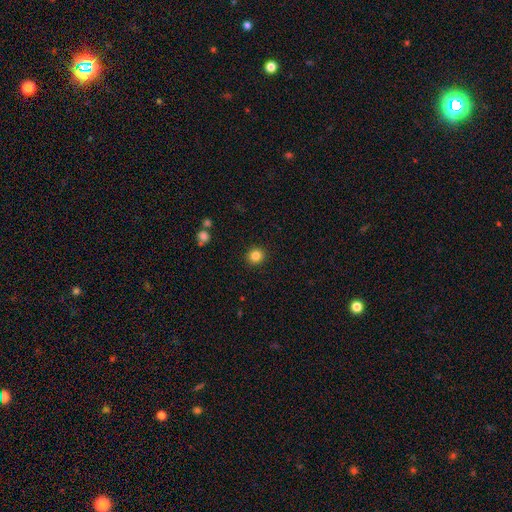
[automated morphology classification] Smooth or featured?
  - smooth: 83% *
  - star or artifact: 11%
  - featured or disk: 5%
How rounded?
  - round: 92% *
  - in between: 7%
  - cigar-shaped: 1%
Merging?
  - none: 92% *
  - minor disturbance: 5%
  - major disturbance: 2%
  - merger: 1%